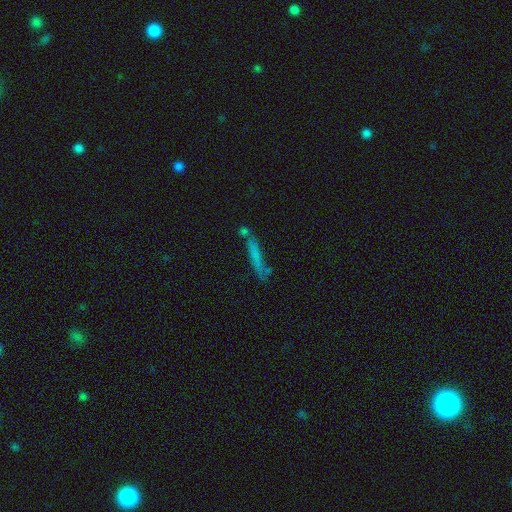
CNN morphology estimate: The model was most divided on "smooth or featured": smooth: 62%, featured or disk: 27%, star or artifact: 10%. More confident: how rounded — cigar-shaped (93%); merging — none (67%).